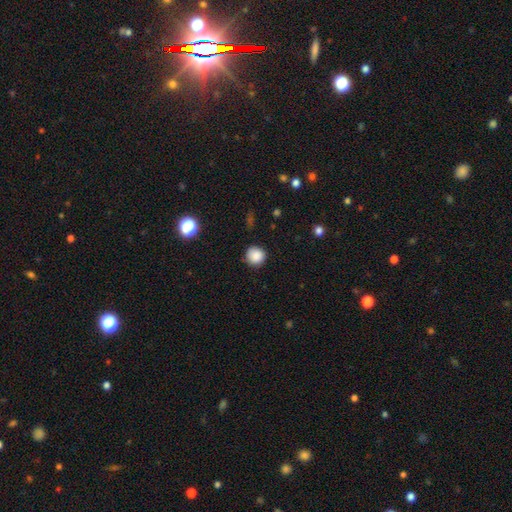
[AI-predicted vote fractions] A smooth galaxy with no disk features (87%) that is round (93%). Merging: none (87%).